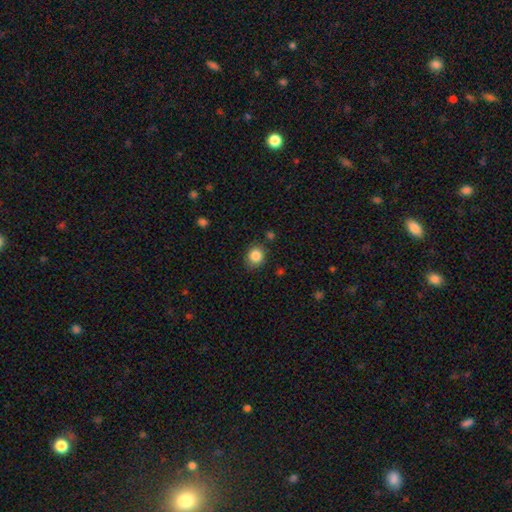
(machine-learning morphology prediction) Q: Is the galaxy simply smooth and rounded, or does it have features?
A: smooth — 86%.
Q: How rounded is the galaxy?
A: round — 75%.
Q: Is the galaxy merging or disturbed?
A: none — 81%.